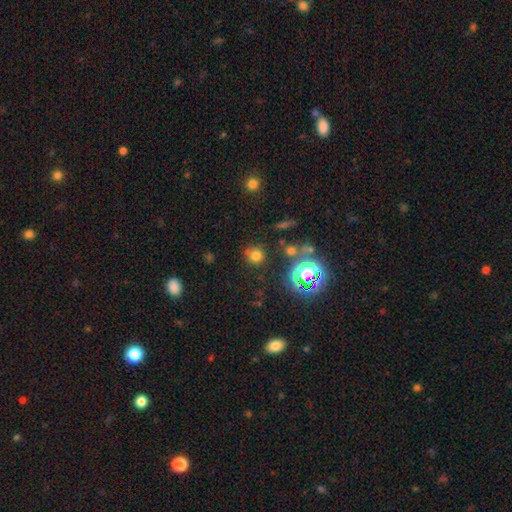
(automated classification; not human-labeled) Morphology: type=smooth (70%); roundness=round (89%); merging=none (79%).